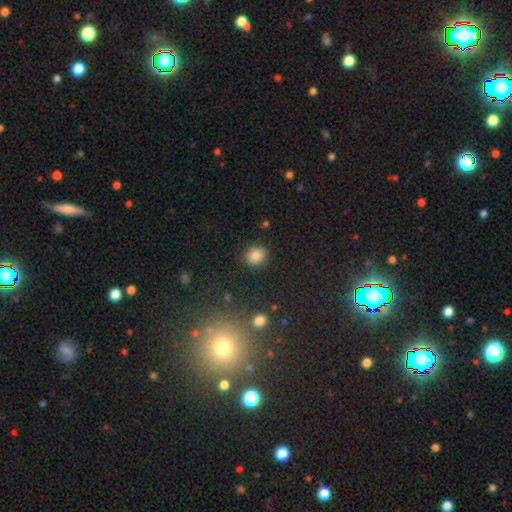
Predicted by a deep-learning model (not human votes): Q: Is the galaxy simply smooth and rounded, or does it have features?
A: smooth — 83%.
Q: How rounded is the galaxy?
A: round — 72%.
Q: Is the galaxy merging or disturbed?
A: none — 88%.